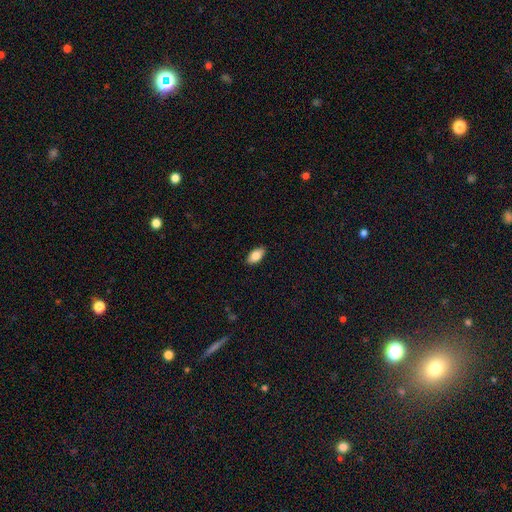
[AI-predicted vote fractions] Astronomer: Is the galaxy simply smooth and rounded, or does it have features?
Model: smooth — 85%.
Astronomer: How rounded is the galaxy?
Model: in between — 93%.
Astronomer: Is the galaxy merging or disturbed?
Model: none — 88%.